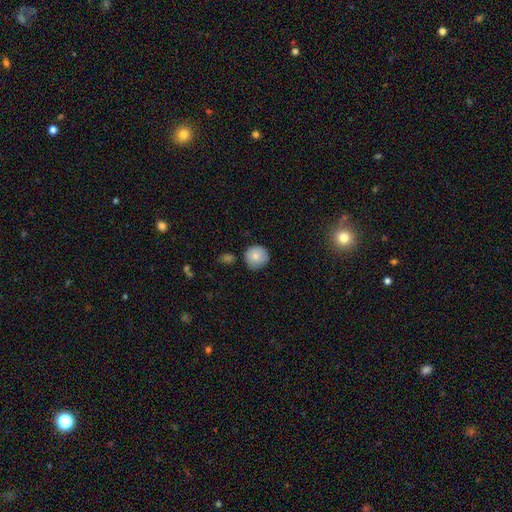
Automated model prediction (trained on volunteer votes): A smooth galaxy with no disk features (81%) that is round (93%).

Vote fractions:
- Smooth or featured? smooth: 81% / featured or disk: 11% / star or artifact: 8%
- How rounded? round: 93% / in between: 6% / cigar-shaped: 1%
- Merging? none: 78% / minor disturbance: 16% / merger: 3% / major disturbance: 3%